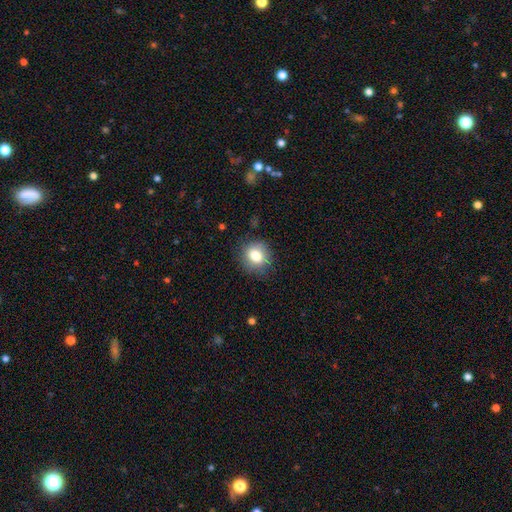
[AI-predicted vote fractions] This appears to be a smooth galaxy with no disk features (81%) that is round (74%). Merging: none (82%).